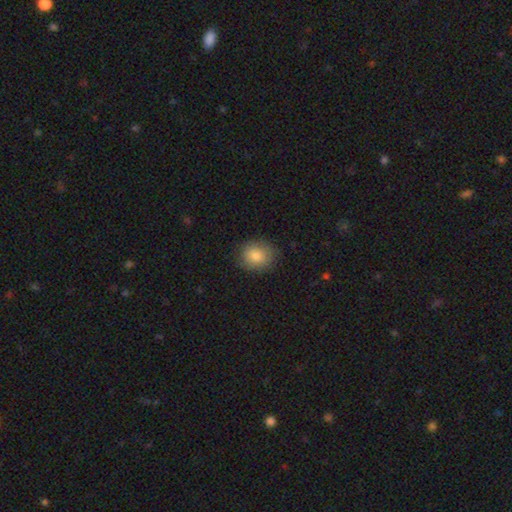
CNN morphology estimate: Smooth or featured: smooth — 84% (star or artifact — 9%)
How rounded: round — 67% (in between — 32%)
Merging: none — 85% (minor disturbance — 12%)